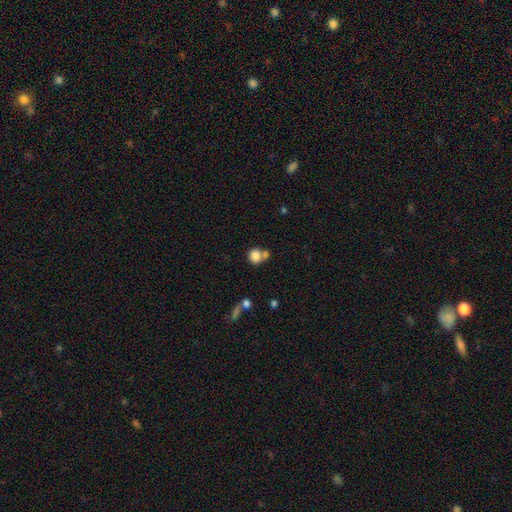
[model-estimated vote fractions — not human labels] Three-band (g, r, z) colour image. It shows a smooth galaxy with no disk features (83%) that is round (86%). Merging: none (48%).